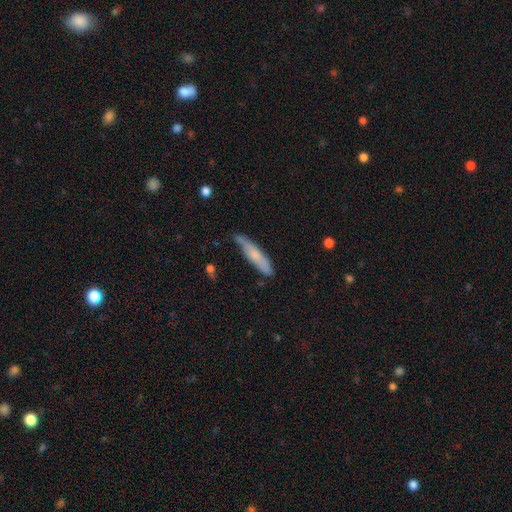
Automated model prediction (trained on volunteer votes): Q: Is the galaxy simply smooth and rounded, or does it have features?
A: smooth — 63%.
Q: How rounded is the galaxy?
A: cigar-shaped — 84%.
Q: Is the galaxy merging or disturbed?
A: none — 65%.